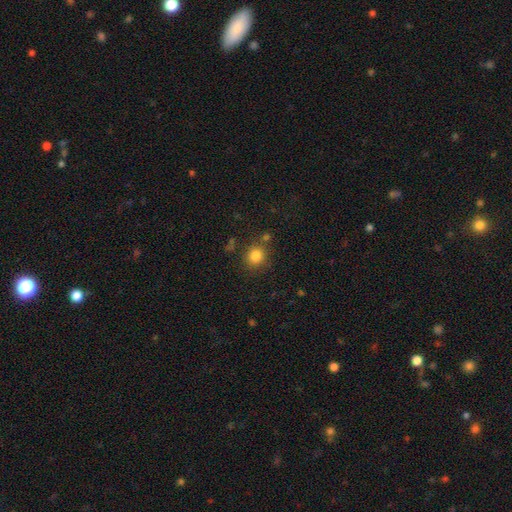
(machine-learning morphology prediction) A smooth galaxy with no disk features (83%) that is round (79%).

Vote fractions:
- Smooth or featured? smooth: 83% / star or artifact: 12% / featured or disk: 6%
- How rounded? round: 79% / in between: 20% / cigar-shaped: 1%
- Merging? none: 77% / minor disturbance: 11% / merger: 8% / major disturbance: 4%